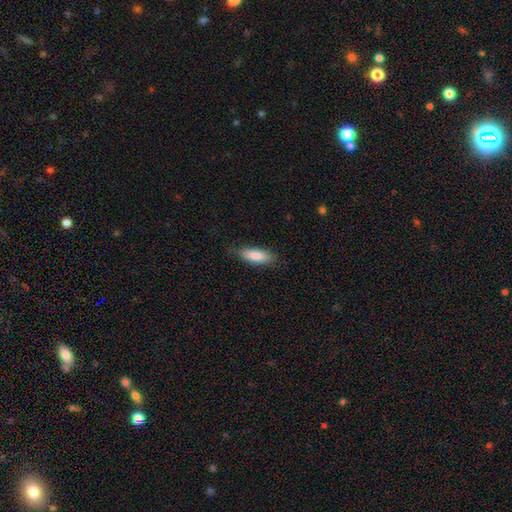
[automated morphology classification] smooth_or_featured: smooth (p=0.84) [alt: featured or disk p=0.10]
how_rounded: in between (p=0.67) [alt: cigar-shaped p=0.31]
merging: none (p=0.79) [alt: minor disturbance p=0.16]